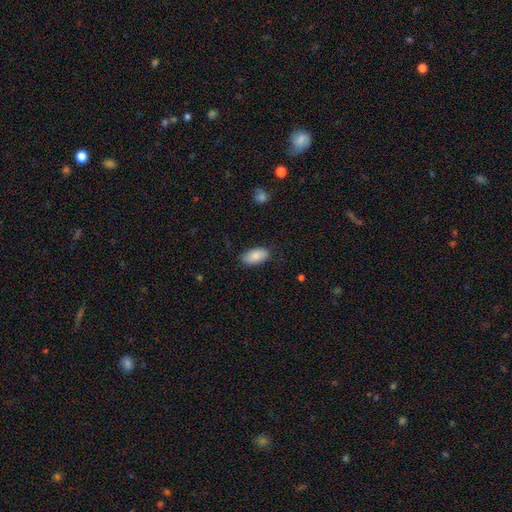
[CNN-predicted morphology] This appears to be a smooth galaxy with no disk features (85%) that is in between round and cigar-shaped (94%). Merging: none (81%).